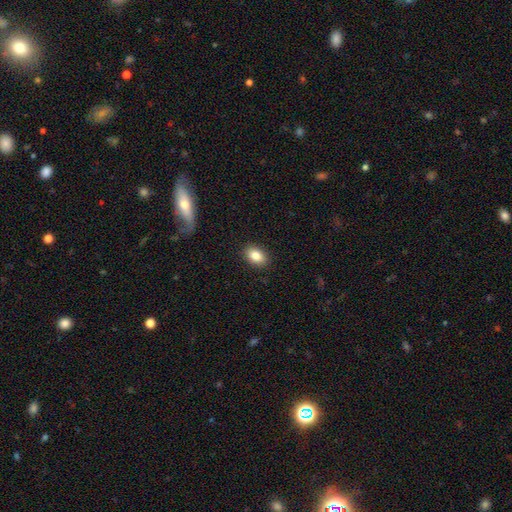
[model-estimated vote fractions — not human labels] smooth-or-featured: smooth: 84% | star or artifact: 8% | featured or disk: 8%
  how-rounded: in between: 83% | round: 15% | cigar-shaped: 1%
  merging: none: 89% | minor disturbance: 7% | major disturbance: 2% | merger: 1%